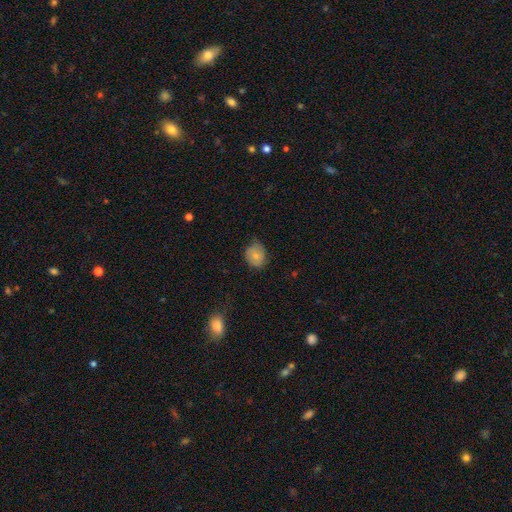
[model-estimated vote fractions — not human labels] The model was most divided on "how rounded": round: 55%, in between: 44%, cigar-shaped: 1%. More confident: smooth or featured — smooth (78%); merging — none (67%).